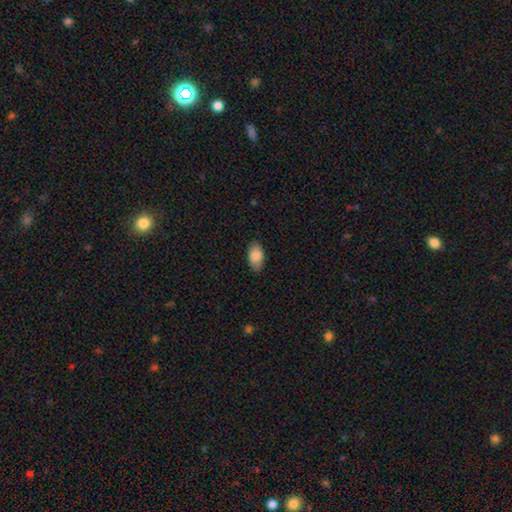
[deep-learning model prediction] Smooth or featured? smooth (86%)
How rounded? in between (93%)
Merging? none (83%)